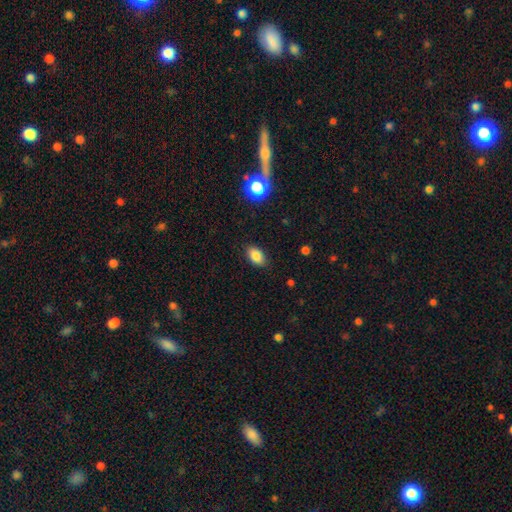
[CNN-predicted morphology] smooth 86%, star or artifact 9%, featured or disk 5%. Down the decision tree: how rounded — in between (90%); merging — none (86%).